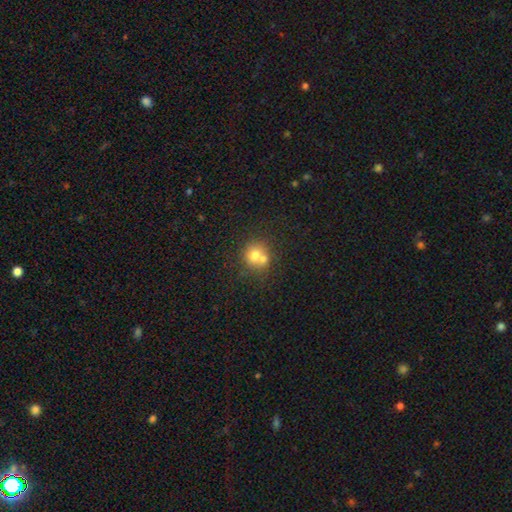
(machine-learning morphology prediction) This is likely a smooth galaxy (69%). How rounded: clearly round (83%). Merging: possibly merger (45%).